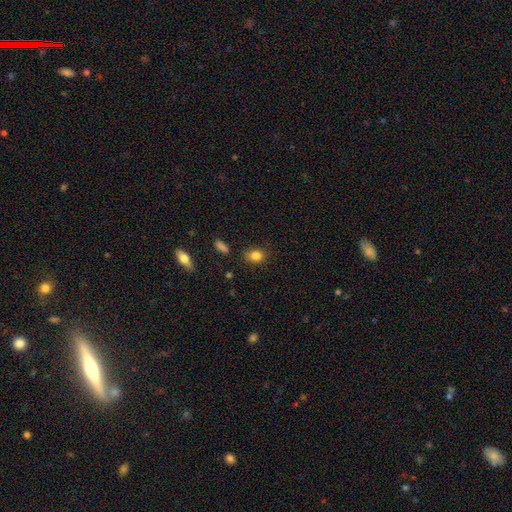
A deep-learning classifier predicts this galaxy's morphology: Smooth or featured? Predicted: smooth (p=0.83). How rounded? Predicted: in between (p=0.60). Merging? Predicted: none (p=0.79).